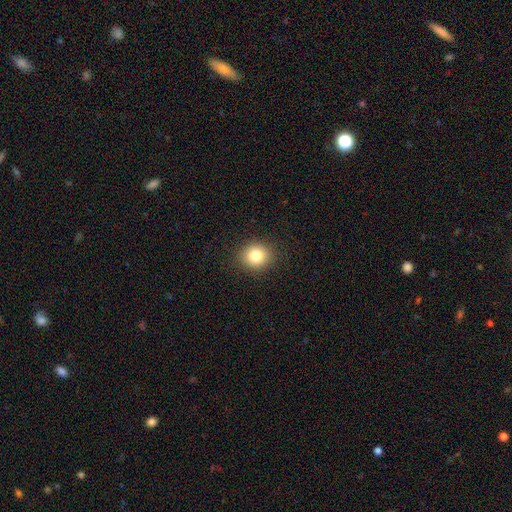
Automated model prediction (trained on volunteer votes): Smooth or featured: smooth — 83% (star or artifact — 10%)
How rounded: round — 75% (in between — 24%)
Merging: none — 89% (minor disturbance — 7%)